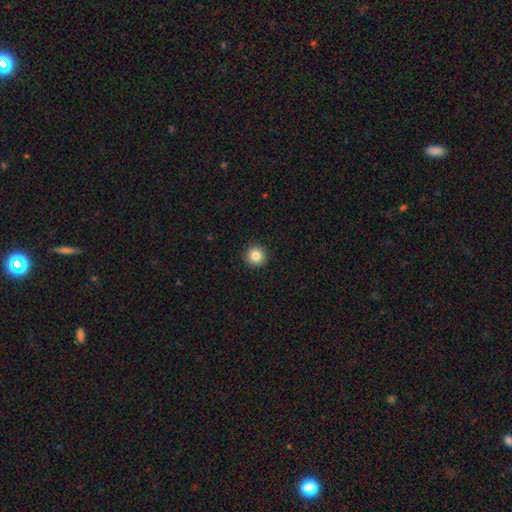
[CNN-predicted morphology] smooth 85%, star or artifact 10%, featured or disk 5%. Down the decision tree: how rounded — round (94%); merging — none (92%).